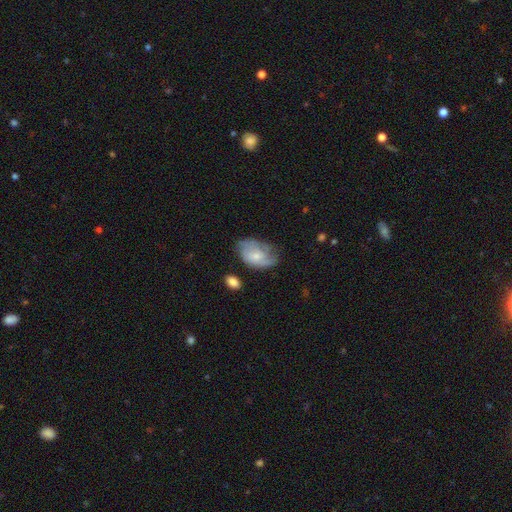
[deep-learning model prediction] Smooth or featured? featured or disk (58%)
Edge-on disk? no (96%)
Bar? no (73%)
Spiral arms? yes (80%)
Bulge size? small (62%)
Merging? none (51%)